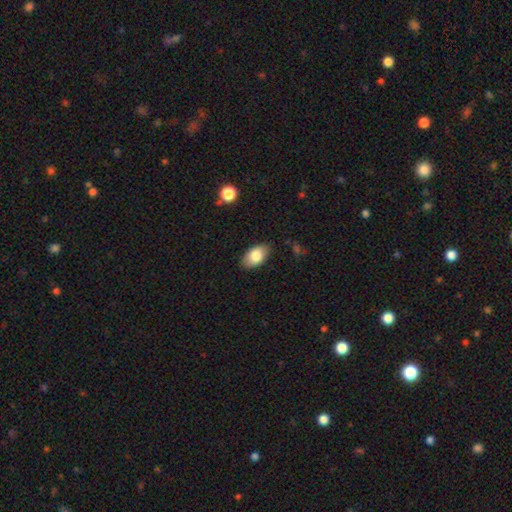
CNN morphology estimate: This is clearly a smooth galaxy (82%). How rounded: clearly in between (93%). Merging: clearly none (83%).